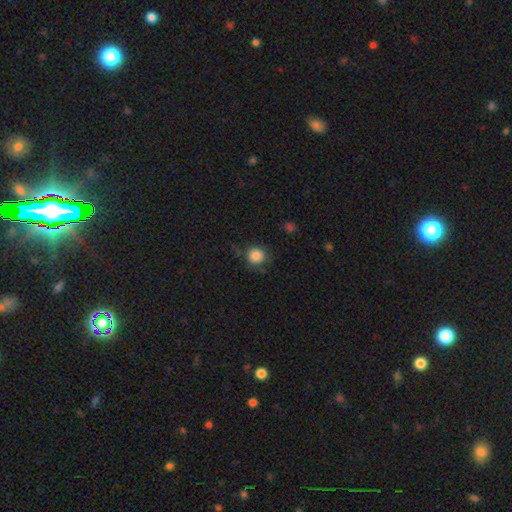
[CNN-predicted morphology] Q: Smooth or featured?
A: smooth (86%); runner-up: star or artifact (10%)
Q: How rounded?
A: round (90%); runner-up: in between (9%)
Q: Merging?
A: none (77%); runner-up: minor disturbance (16%)